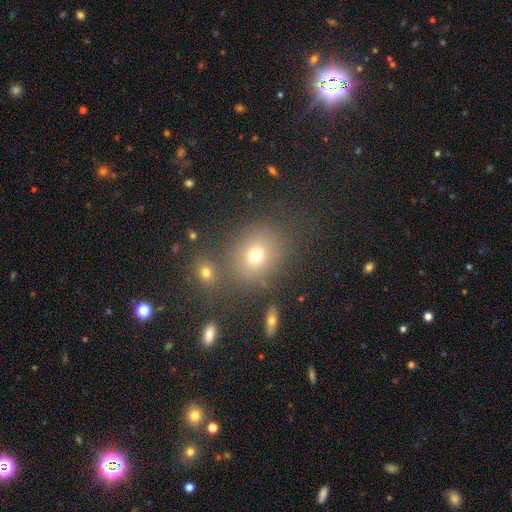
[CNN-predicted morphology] type=smooth (71%); roundness=round (59%); merging=none (72%).